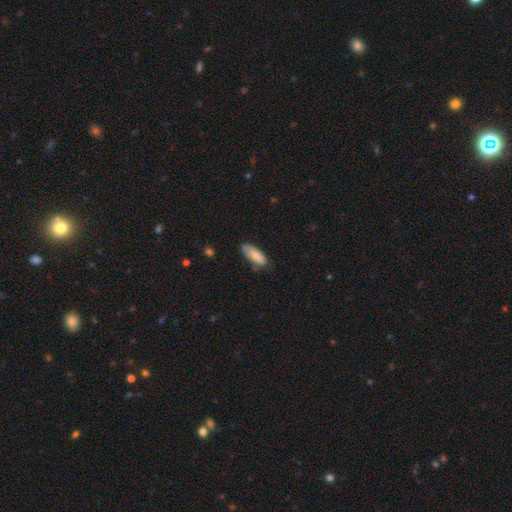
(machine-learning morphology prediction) Q: Smooth or featured?
A: smooth (80%); runner-up: featured or disk (14%)
Q: How rounded?
A: in between (76%); runner-up: cigar-shaped (22%)
Q: Merging?
A: none (64%); runner-up: minor disturbance (28%)